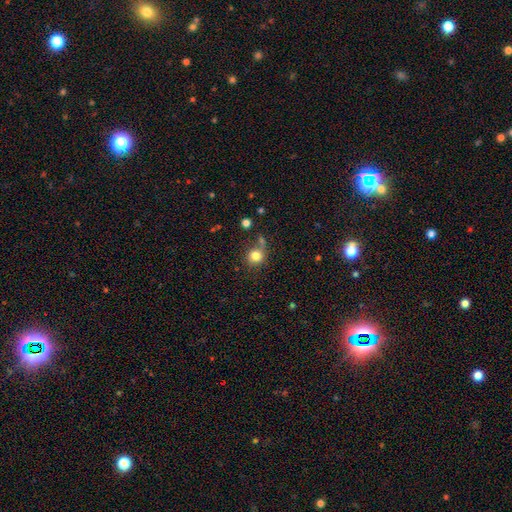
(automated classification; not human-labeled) Overall: smooth (81%). How rounded: round (86%). Merging: none (63%).